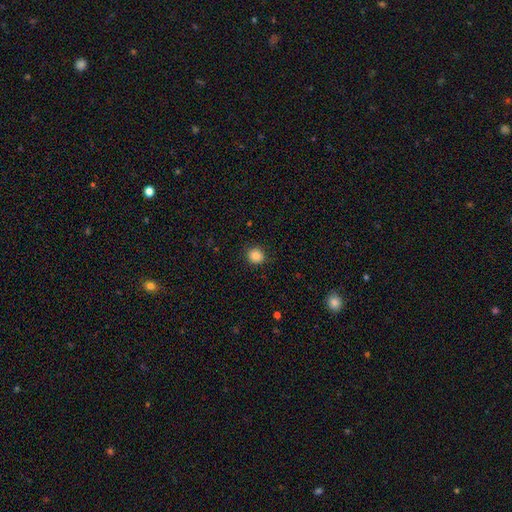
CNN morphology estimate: smooth 85%, star or artifact 10%, featured or disk 4%. Down the decision tree: how rounded — round (89%); merging — none (89%).